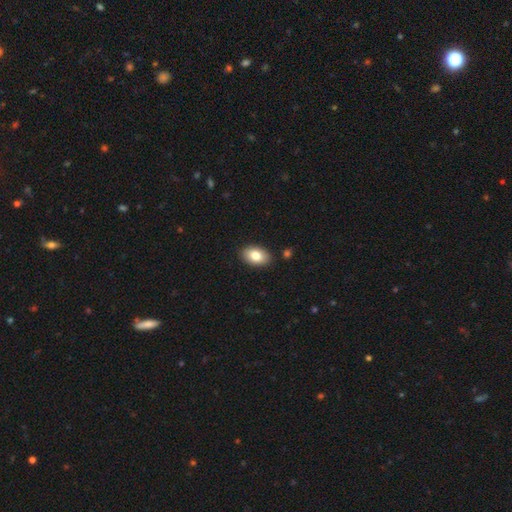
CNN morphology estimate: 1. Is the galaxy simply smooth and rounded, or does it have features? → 82% smooth, 11% featured or disk, 7% star or artifact.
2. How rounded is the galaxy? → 91% in between, 7% round, 1% cigar-shaped.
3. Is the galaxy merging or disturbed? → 88% none, 8% minor disturbance, 2% major disturbance, 2% merger.